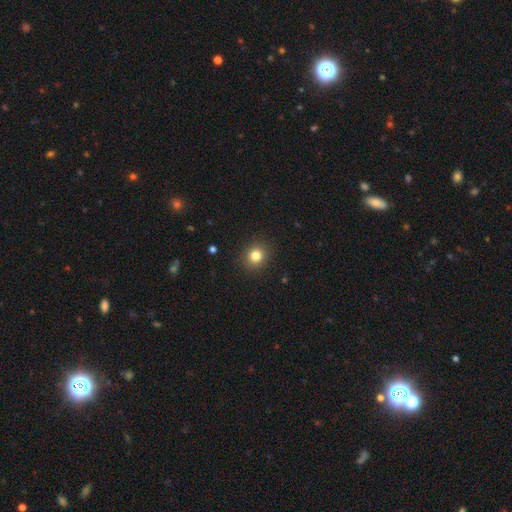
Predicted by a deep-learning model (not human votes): A smooth galaxy with no disk features (82%) that is round (84%).

Vote fractions:
- Smooth or featured? smooth: 82% / star or artifact: 12% / featured or disk: 6%
- How rounded? round: 84% / in between: 15% / cigar-shaped: 1%
- Merging? none: 90% / minor disturbance: 7% / major disturbance: 2% / merger: 1%